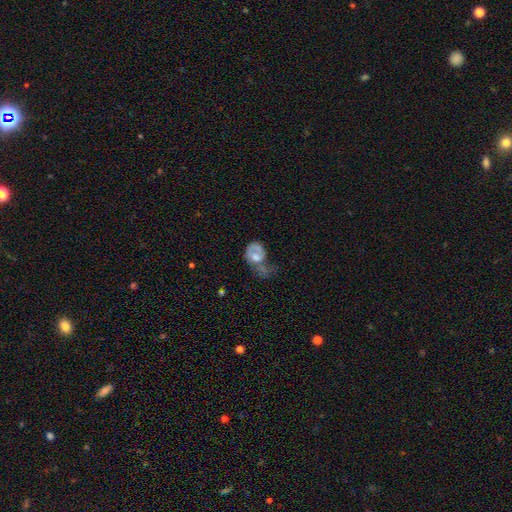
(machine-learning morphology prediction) type=smooth (50%); merging=major disturbance (55%).